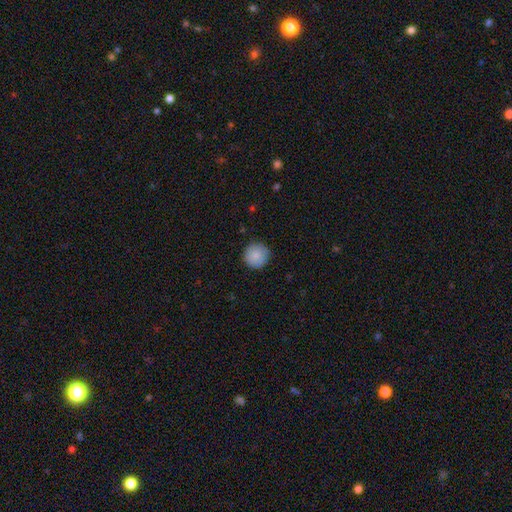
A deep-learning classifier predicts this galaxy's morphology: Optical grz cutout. It shows a smooth galaxy with no disk features (87%) that is round (96%). Merging: none (91%).